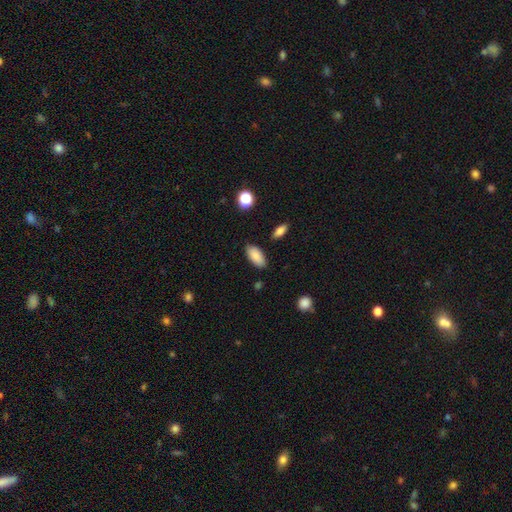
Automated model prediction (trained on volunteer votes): A smooth galaxy with no disk features (85%) that is in between round and cigar-shaped (92%).

Vote fractions:
- Smooth or featured? smooth: 85% / featured or disk: 7% / star or artifact: 7%
- How rounded? in between: 92% / cigar-shaped: 5% / round: 3%
- Merging? none: 83% / minor disturbance: 12% / major disturbance: 2% / merger: 2%